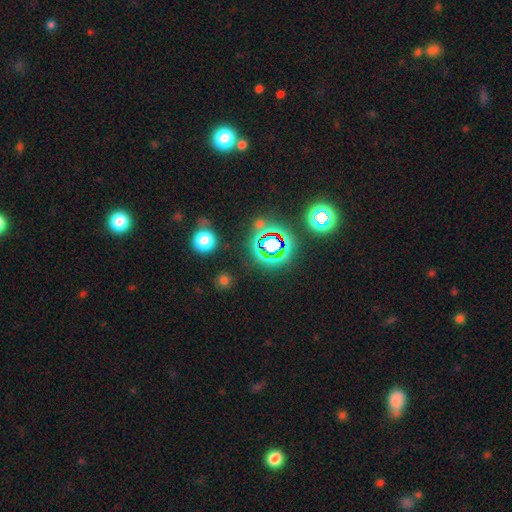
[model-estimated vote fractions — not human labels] smooth-or-featured: star or artifact: 69% | smooth: 22% | featured or disk: 9%